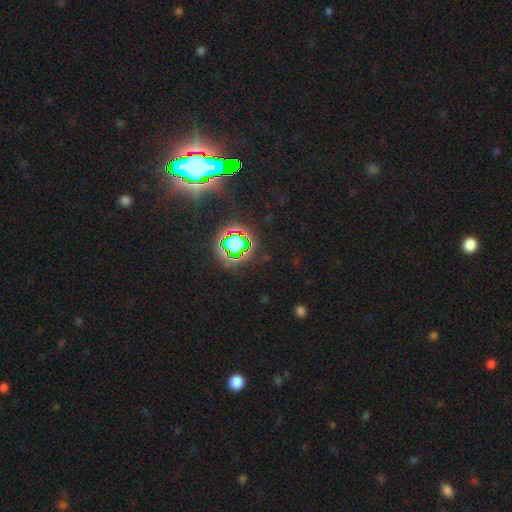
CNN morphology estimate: Smooth or featured?
  - star or artifact: 82% *
  - smooth: 11%
  - featured or disk: 7%